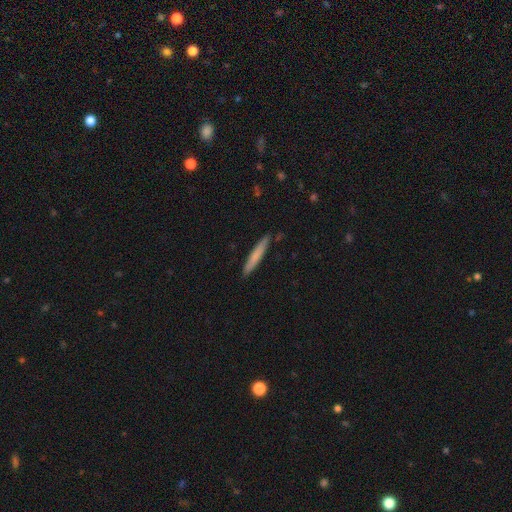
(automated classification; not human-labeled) smooth 71%, featured or disk 23%, star or artifact 5%. Down the decision tree: how rounded — cigar-shaped (95%); merging — none (89%).